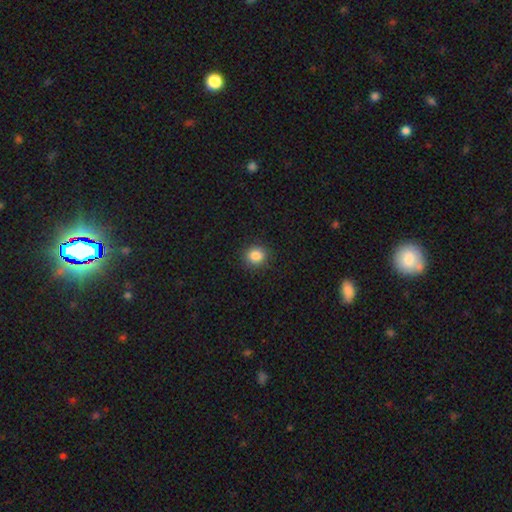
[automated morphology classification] Smooth or featured? Predicted: smooth (p=0.85). How rounded? Predicted: round (p=0.87). Merging? Predicted: none (p=0.90).